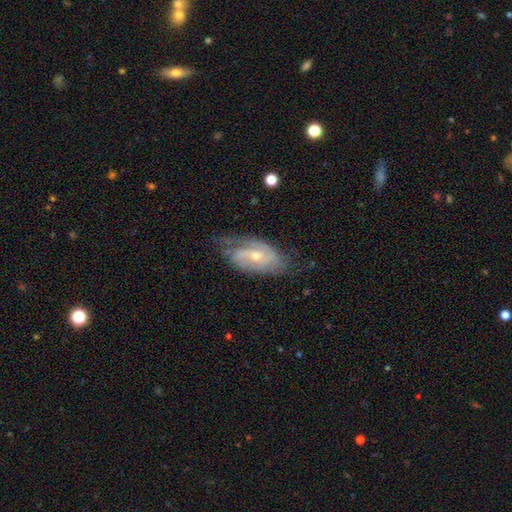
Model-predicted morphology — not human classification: This appears to be a featured or disk galaxy (79%) with no bar (57%), 2 (57%) medium (41%) spiral arms (91%) and a small central bulge (57%). Merging: none (59%).